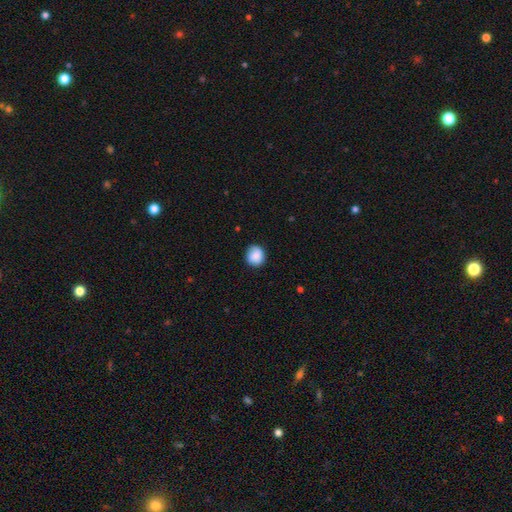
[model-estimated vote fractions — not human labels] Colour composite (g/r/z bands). It shows a smooth galaxy with no disk features (86%) that is round (86%). Merging: none (82%).